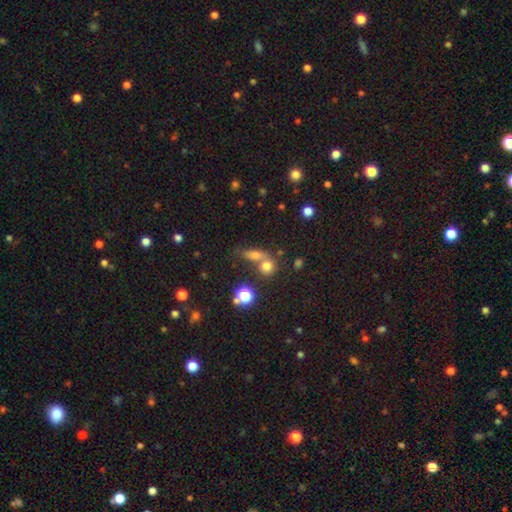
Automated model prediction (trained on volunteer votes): A smooth galaxy with no disk features (60%) that is in between round and cigar-shaped (43%). Merging: none (48%).